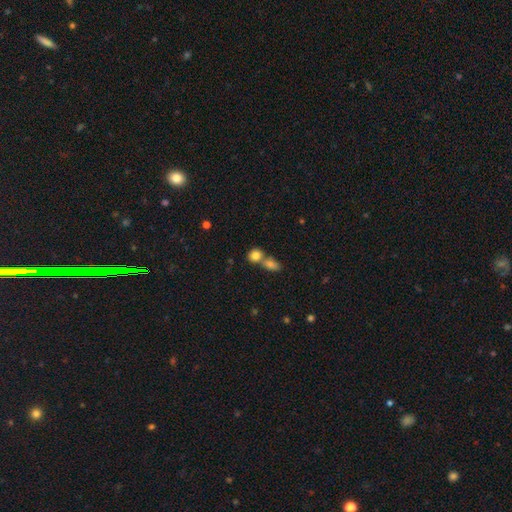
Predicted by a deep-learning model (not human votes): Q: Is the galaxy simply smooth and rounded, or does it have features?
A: smooth — 83%.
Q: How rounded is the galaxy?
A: round — 68%.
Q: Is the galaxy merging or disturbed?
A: merger — 48%.